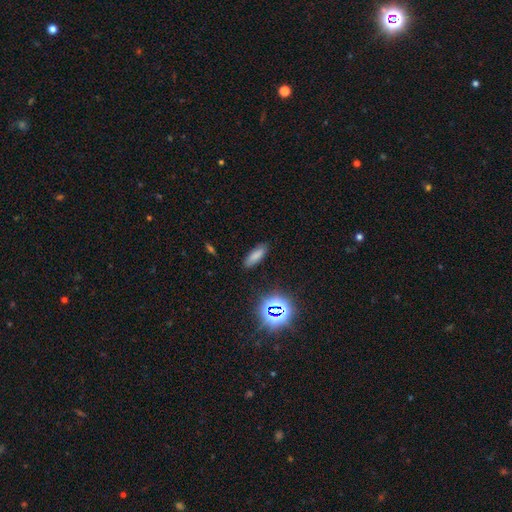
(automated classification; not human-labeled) smooth_or_featured: smooth (p=0.75) [alt: star or artifact p=0.16]
how_rounded: in between (p=0.56) [alt: cigar-shaped p=0.40]
merging: none (p=0.85) [alt: minor disturbance p=0.10]